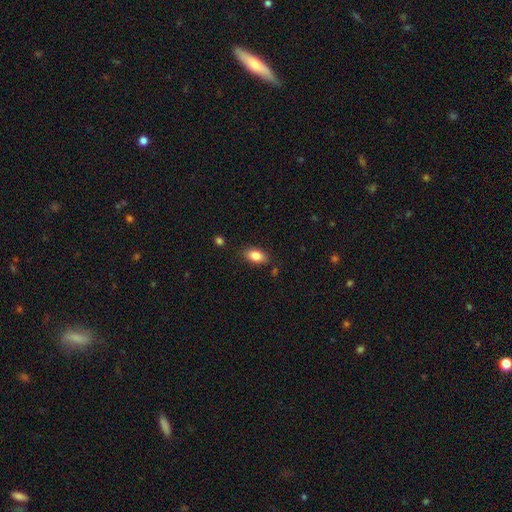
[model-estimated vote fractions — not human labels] This appears to be a smooth galaxy with no disk features (84%) that is in between round and cigar-shaped (89%). Merging: none (82%).